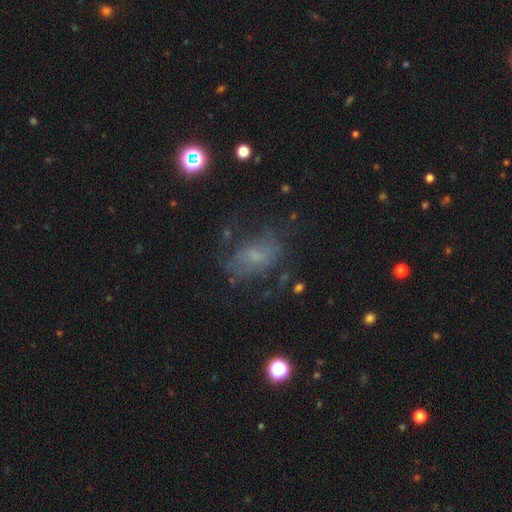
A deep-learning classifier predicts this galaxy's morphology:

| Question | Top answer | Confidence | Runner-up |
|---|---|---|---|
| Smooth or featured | featured or disk | 42% | smooth (39%) |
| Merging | none | 52% | major disturbance (22%) |